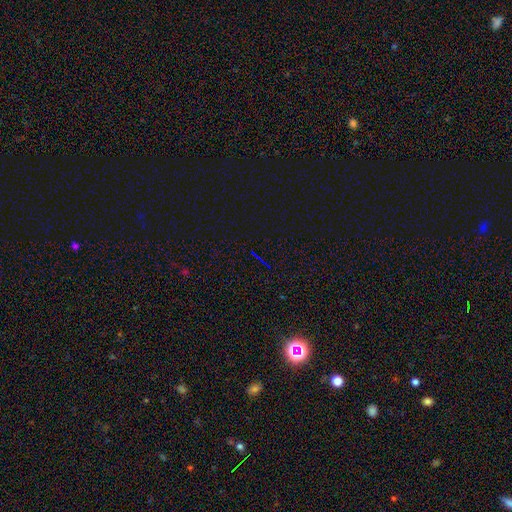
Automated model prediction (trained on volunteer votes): Smooth or featured?
  - star or artifact: 78% *
  - smooth: 12%
  - featured or disk: 10%